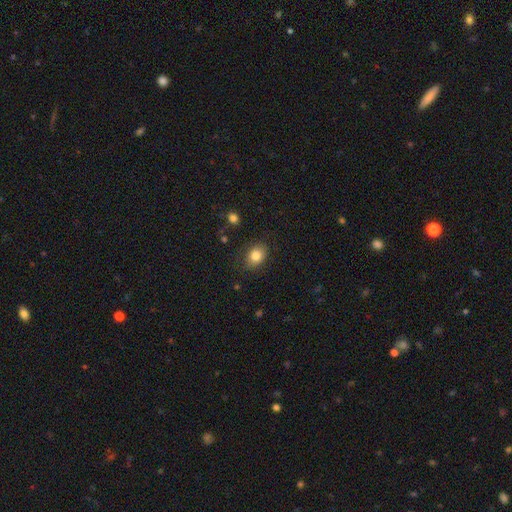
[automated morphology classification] smooth_or_featured: smooth (p=0.83) [alt: star or artifact p=0.09]
how_rounded: in between (p=0.59) [alt: round p=0.40]
merging: none (p=0.83) [alt: minor disturbance p=0.13]